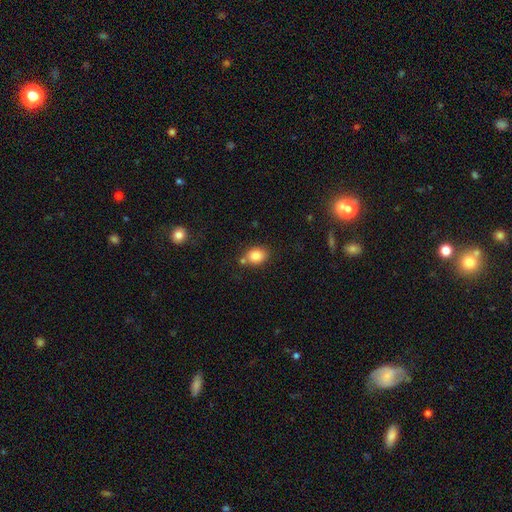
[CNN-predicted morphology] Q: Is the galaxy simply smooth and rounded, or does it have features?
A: smooth — 83%.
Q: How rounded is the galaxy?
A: in between — 54%.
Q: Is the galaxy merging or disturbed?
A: none — 69%.